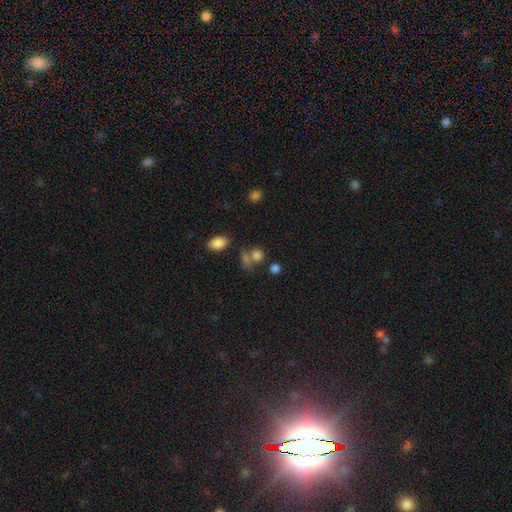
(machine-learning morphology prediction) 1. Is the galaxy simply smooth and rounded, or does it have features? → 78% smooth, 14% star or artifact, 8% featured or disk.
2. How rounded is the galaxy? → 74% round, 25% in between, 1% cigar-shaped.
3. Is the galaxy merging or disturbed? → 50% none, 32% merger, 11% minor disturbance, 6% major disturbance.